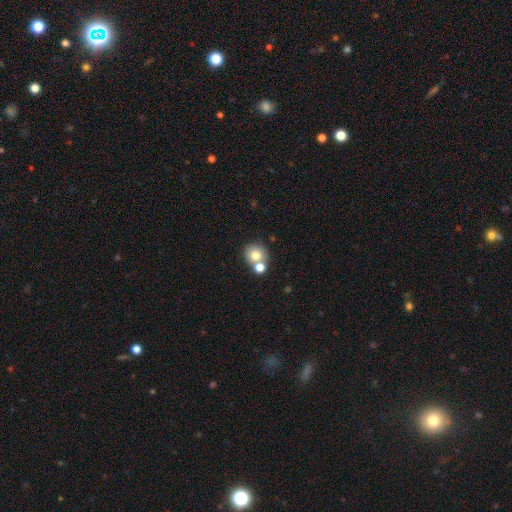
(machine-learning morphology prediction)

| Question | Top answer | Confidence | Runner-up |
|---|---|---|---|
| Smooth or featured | smooth | 75% | featured or disk (14%) |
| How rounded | round | 85% | in between (14%) |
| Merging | none | 51% | merger (39%) |